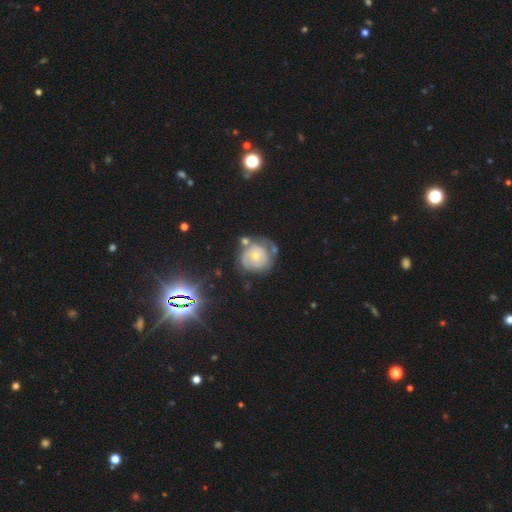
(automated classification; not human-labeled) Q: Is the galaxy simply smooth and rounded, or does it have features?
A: featured or disk — 64%.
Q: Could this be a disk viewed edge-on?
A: no — 97%.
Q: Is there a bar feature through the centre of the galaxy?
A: no — 83%.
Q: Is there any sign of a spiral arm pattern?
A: yes — 73%.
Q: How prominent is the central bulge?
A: small — 58%.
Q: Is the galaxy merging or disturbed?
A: none — 47%.